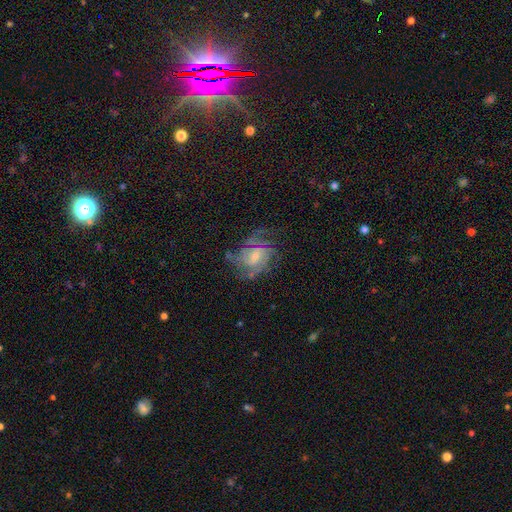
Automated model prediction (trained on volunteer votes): Morphology: type=featured or disk (81%); edge-on=no (97%); bar=no (46%); spiral arms=yes (94%); winding=tight (50%); arm count=can't tell (30%); bulge=small (53%); merging=none (63%).